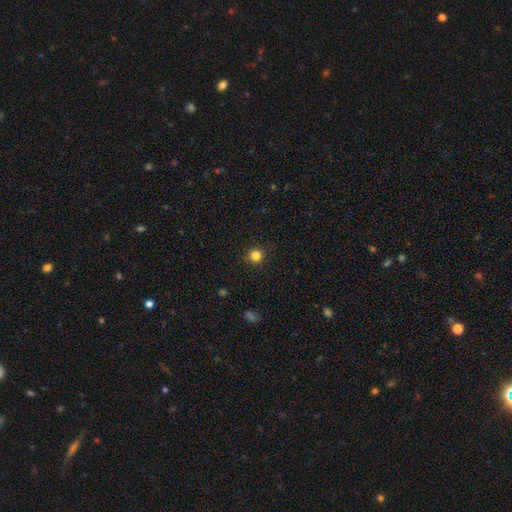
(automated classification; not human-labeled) Smooth or featured? smooth (83%)
How rounded? round (95%)
Merging? none (91%)